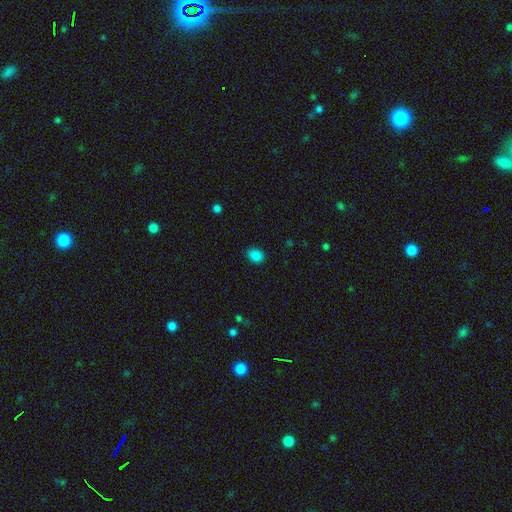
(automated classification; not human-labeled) smooth_or_featured: smooth (p=0.86) [alt: star or artifact p=0.11]
how_rounded: in between (p=0.55) [alt: round p=0.45]
merging: none (p=0.87) [alt: minor disturbance p=0.10]